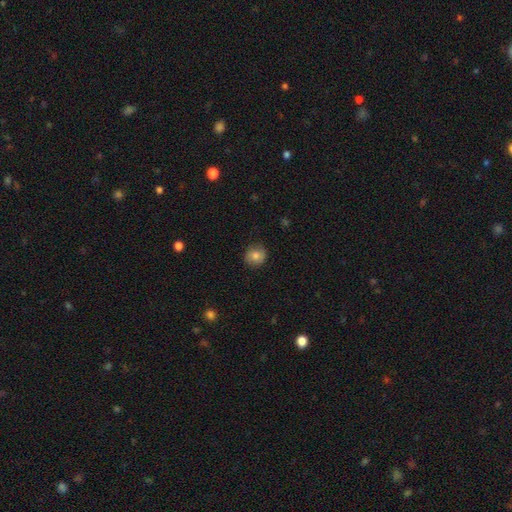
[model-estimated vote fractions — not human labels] Smooth or featured: smooth — 78% (featured or disk — 12%)
How rounded: round — 85% (in between — 14%)
Merging: none — 85% (minor disturbance — 11%)